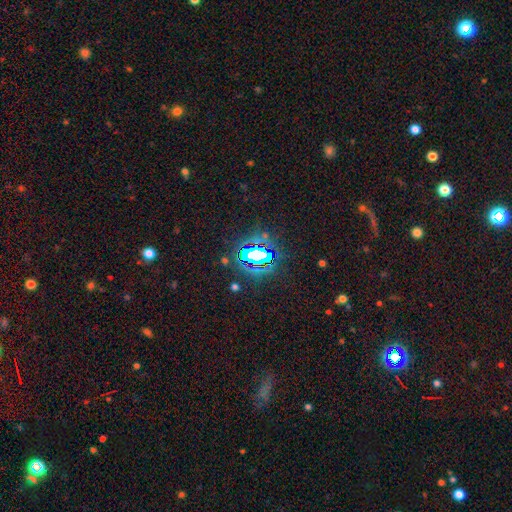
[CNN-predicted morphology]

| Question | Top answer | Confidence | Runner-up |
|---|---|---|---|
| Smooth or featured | star or artifact | 71% | smooth (17%) |